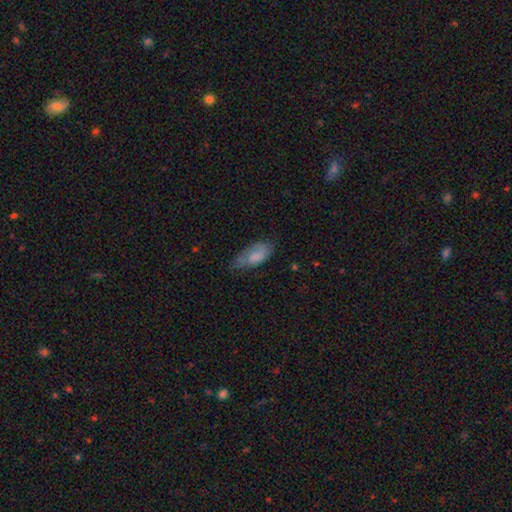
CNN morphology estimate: This is likely a smooth galaxy (75%). How rounded: clearly in between (88%). Merging: possibly none (48%).